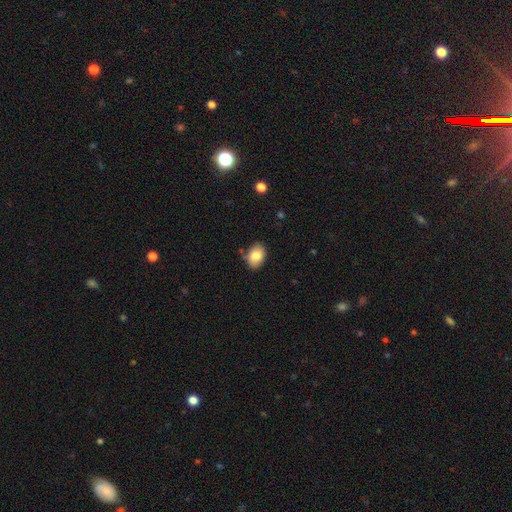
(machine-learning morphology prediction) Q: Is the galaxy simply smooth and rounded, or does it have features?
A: smooth — 83%.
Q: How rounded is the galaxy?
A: in between — 82%.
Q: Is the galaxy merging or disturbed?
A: none — 77%.